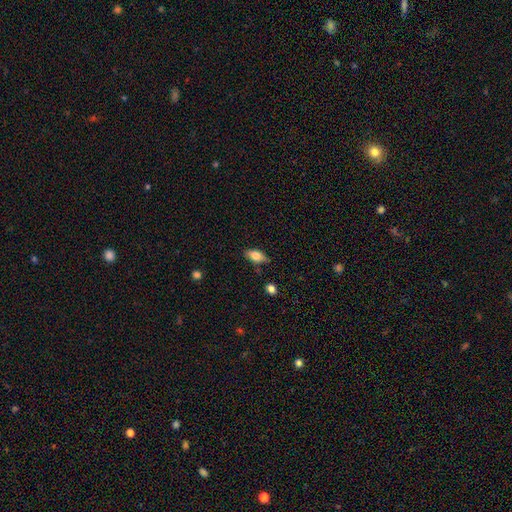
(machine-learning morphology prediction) Q: Smooth or featured?
A: smooth (73%); runner-up: featured or disk (19%)
Q: How rounded?
A: in between (86%); runner-up: cigar-shaped (9%)
Q: Merging?
A: none (78%); runner-up: minor disturbance (17%)